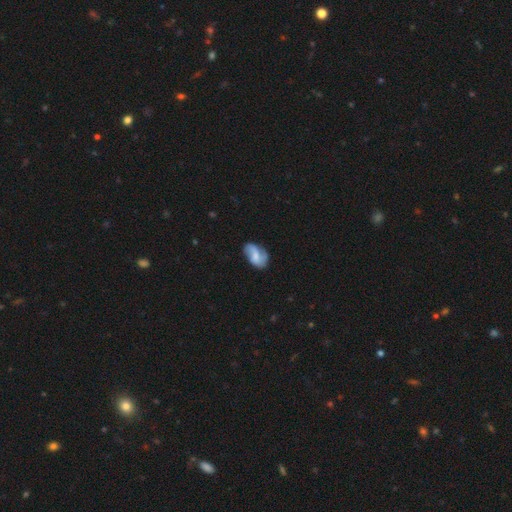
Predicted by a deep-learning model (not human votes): Morphology: type=featured or disk (49%); merging=none (56%).